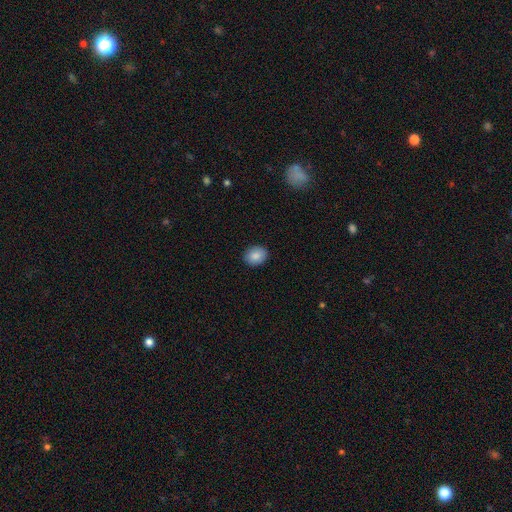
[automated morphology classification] This is clearly a smooth galaxy (87%). How rounded: possibly in between (51%). Merging: clearly none (90%).